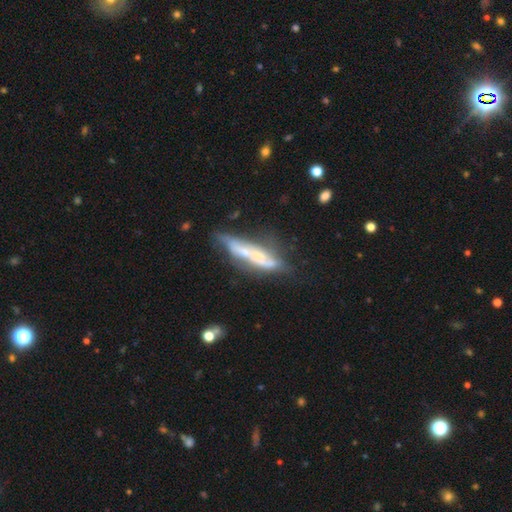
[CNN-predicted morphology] This is likely a featured or disk galaxy (61%). It is possibly viewed edge-on (55%). Merging: possibly none (48%).